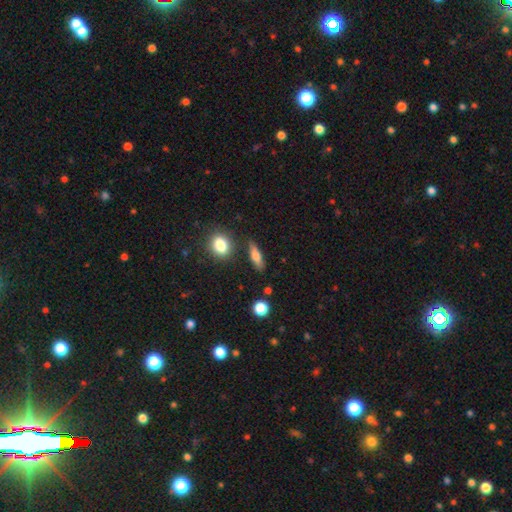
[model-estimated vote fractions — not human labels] This is likely a smooth galaxy (66%). How rounded: possibly cigar-shaped (49%). Merging: clearly none (81%).